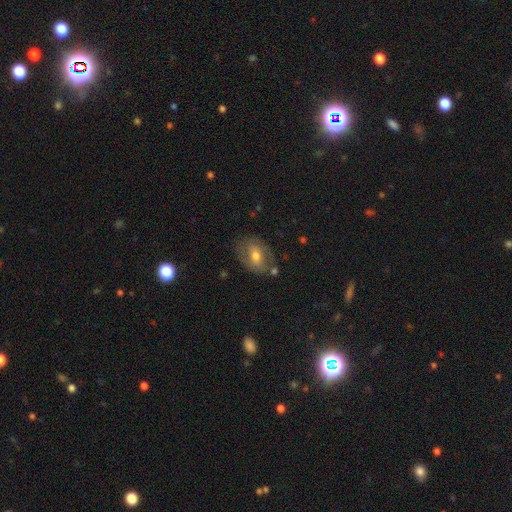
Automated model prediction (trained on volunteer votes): Q: Smooth or featured?
A: smooth (48%); runner-up: featured or disk (43%)
Q: Merging?
A: none (69%); runner-up: minor disturbance (19%)